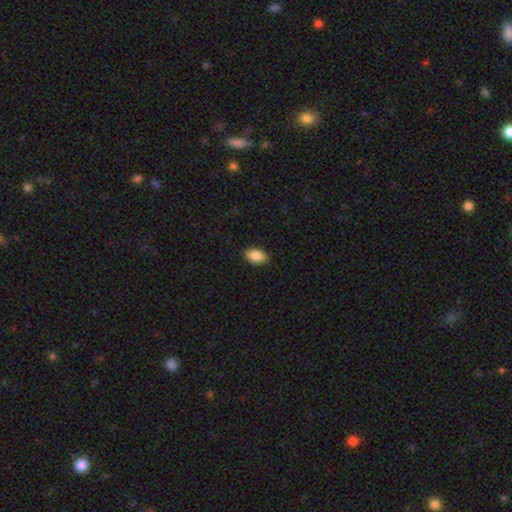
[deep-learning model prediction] Smooth or featured? Predicted: smooth (p=0.88). How rounded? Predicted: in between (p=0.92). Merging? Predicted: none (p=0.88).